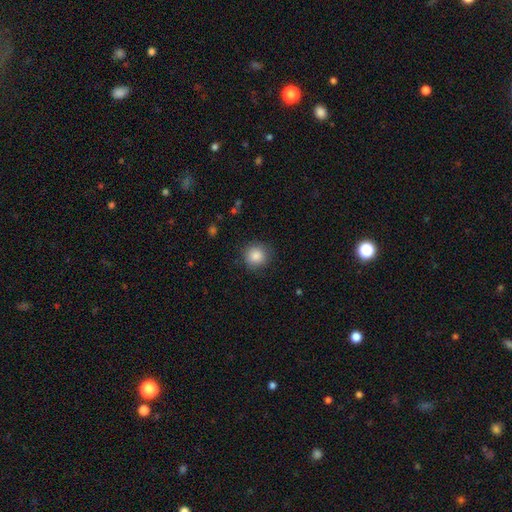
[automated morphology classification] The model was most divided on "smooth or featured": smooth: 86%, star or artifact: 9%, featured or disk: 5%. More confident: how rounded — round (93%); merging — none (87%).